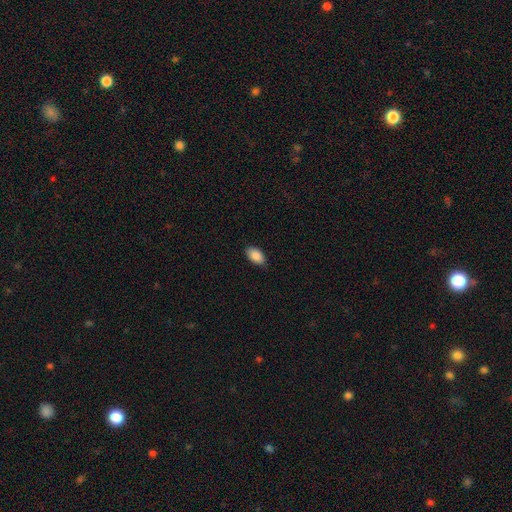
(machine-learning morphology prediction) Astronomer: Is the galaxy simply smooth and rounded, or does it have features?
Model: smooth — 88%.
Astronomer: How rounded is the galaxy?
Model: in between — 94%.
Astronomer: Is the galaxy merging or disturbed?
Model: none — 84%.